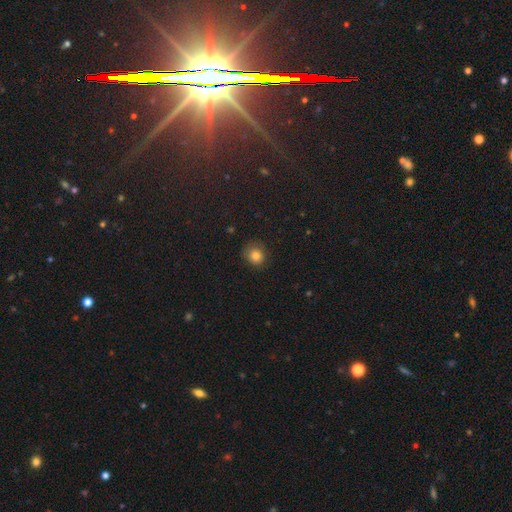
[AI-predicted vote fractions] Smooth or featured? smooth (80%)
How rounded? round (85%)
Merging? none (80%)